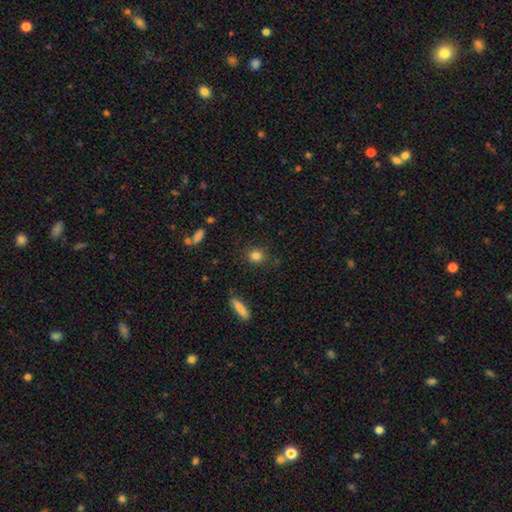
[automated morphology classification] A smooth galaxy with no disk features (82%) that is round (83%). Merging: none (86%).